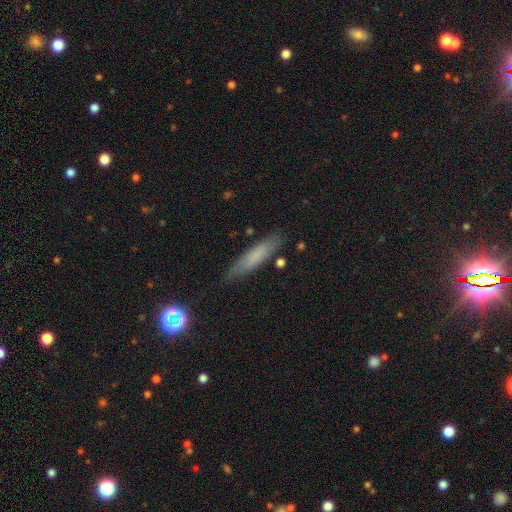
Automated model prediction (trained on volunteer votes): The model was most divided on "smooth or featured": smooth: 71%, featured or disk: 21%, star or artifact: 8%. More confident: how rounded — cigar-shaped (82%); merging — none (81%).